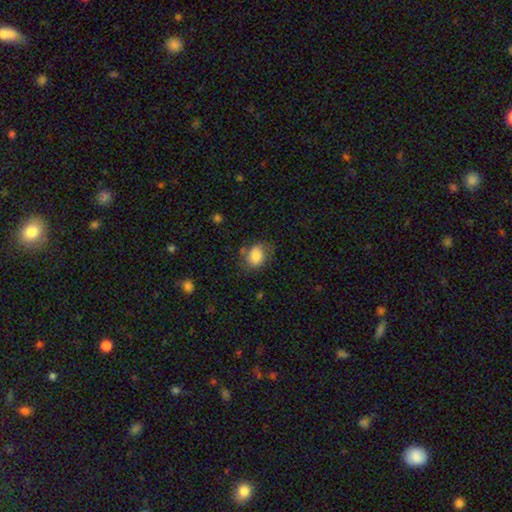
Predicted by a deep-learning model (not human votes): A smooth galaxy with no disk features (79%) that is in between round and cigar-shaped (58%). Merging: none (63%).